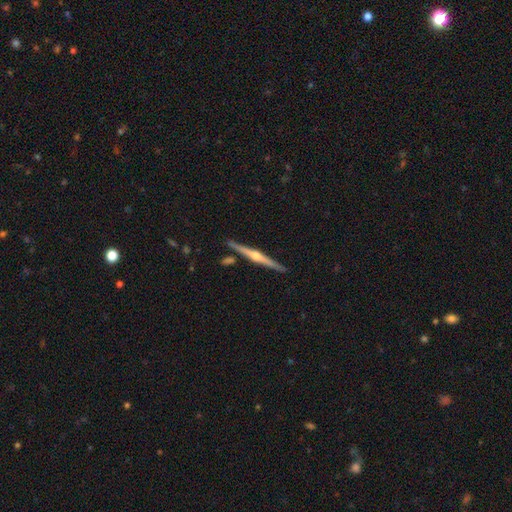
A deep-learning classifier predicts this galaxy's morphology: smooth-or-featured: featured or disk: 81% | smooth: 13% | star or artifact: 5%
  disk-edge-on: yes: 98% | no: 2%
    edge-on-bulge: rounded: 92% | none: 4% | boxy: 4%
  merging: none: 88% | minor disturbance: 7% | merger: 3% | major disturbance: 1%